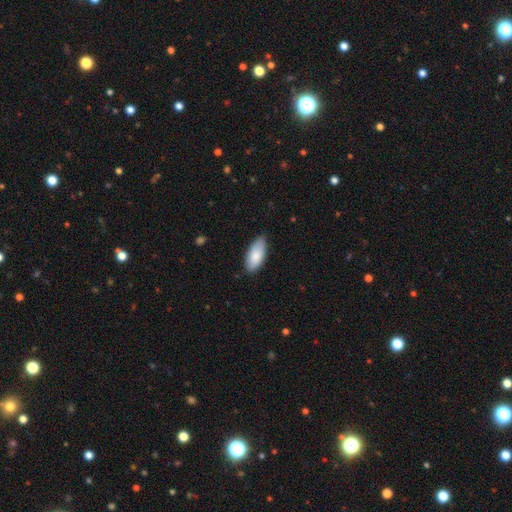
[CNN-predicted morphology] This is clearly a smooth galaxy (86%). How rounded: clearly in between (89%). Merging: likely none (76%).